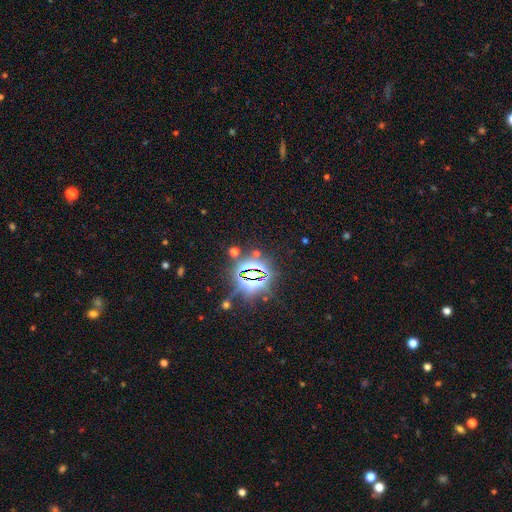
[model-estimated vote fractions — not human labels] Smooth or featured? Predicted: star or artifact (p=0.83).